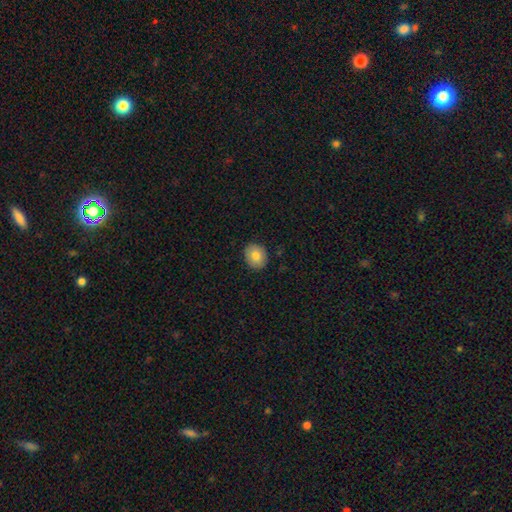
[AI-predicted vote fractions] Smooth or featured? Predicted: smooth (p=0.79). How rounded? Predicted: round (p=0.61). Merging? Predicted: none (p=0.90).